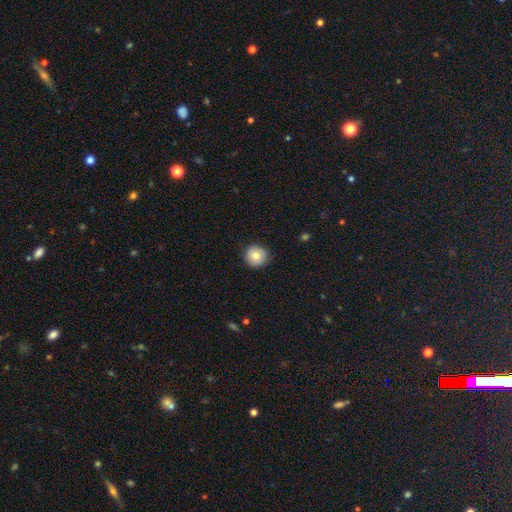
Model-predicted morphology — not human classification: A smooth galaxy with no disk features (75%) that is round (92%). Merging: none (86%).